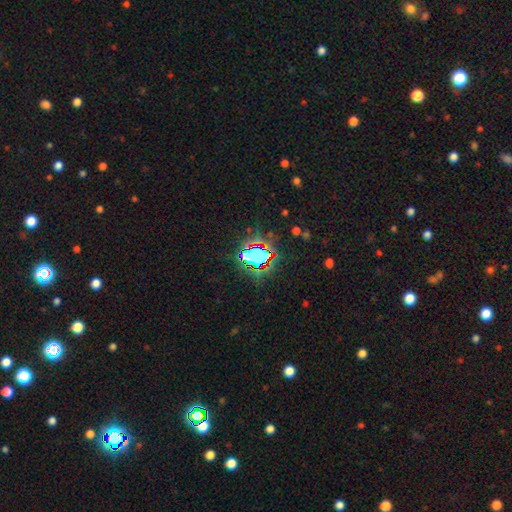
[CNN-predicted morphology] Overall: star or artifact (68%).